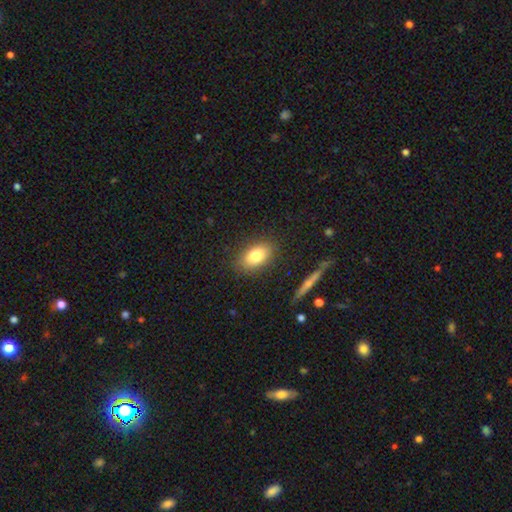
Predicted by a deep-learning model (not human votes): smooth 80%, featured or disk 11%, star or artifact 8%. Down the decision tree: how rounded — in between (87%); merging — none (85%).